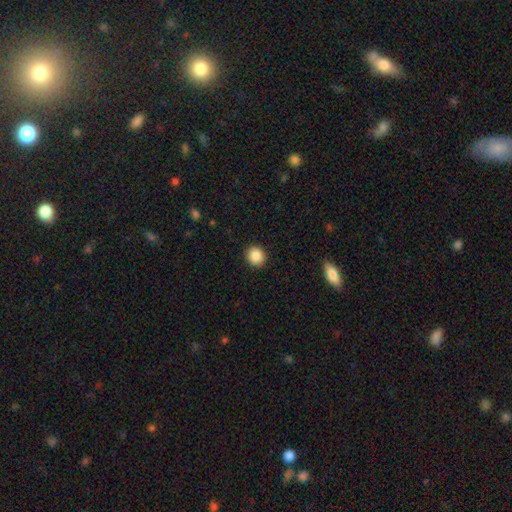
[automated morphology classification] Overall: smooth (88%). How rounded: round (88%). Merging: none (91%).